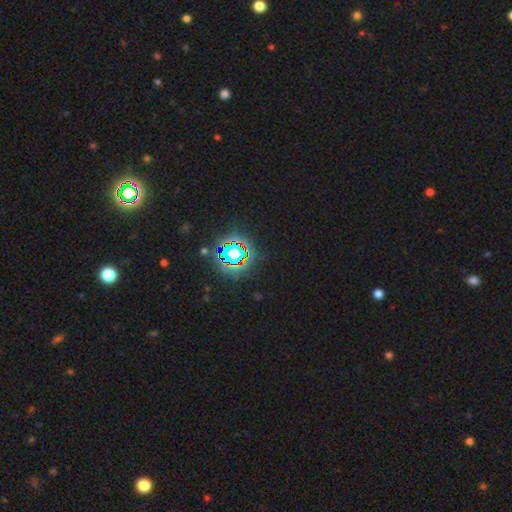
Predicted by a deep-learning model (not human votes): A star or artifact, not a galaxy (83%).

Vote fractions:
- Smooth or featured? star or artifact: 83% / smooth: 10% / featured or disk: 8%